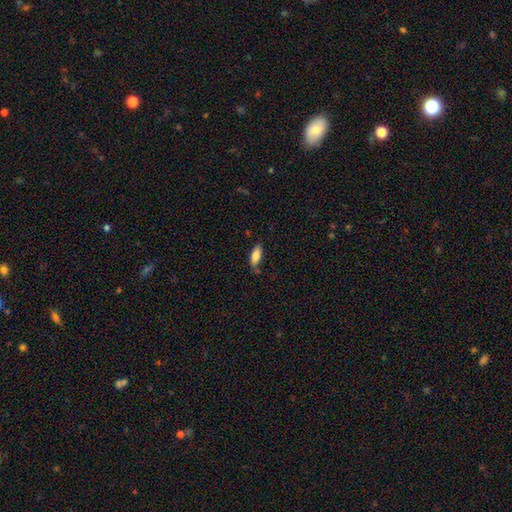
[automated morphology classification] Smooth or featured?
  - smooth: 82% *
  - featured or disk: 11%
  - star or artifact: 7%
How rounded?
  - in between: 75% *
  - cigar-shaped: 23%
  - round: 2%
Merging?
  - none: 76% *
  - minor disturbance: 17%
  - merger: 4%
  - major disturbance: 3%